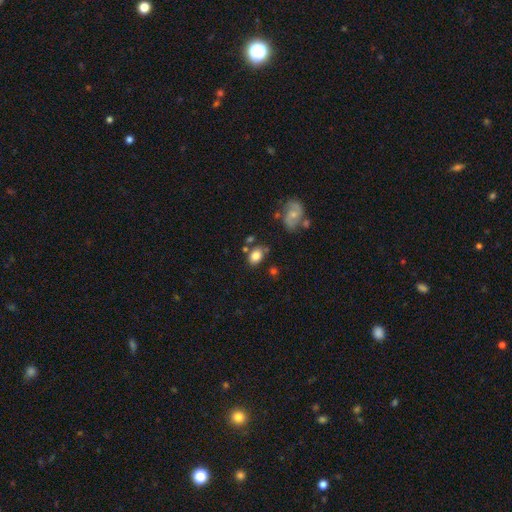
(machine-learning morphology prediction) Smooth or featured?
  - smooth: 80% *
  - featured or disk: 11%
  - star or artifact: 9%
How rounded?
  - in between: 78% *
  - round: 21%
  - cigar-shaped: 1%
Merging?
  - none: 69% *
  - minor disturbance: 17%
  - merger: 9%
  - major disturbance: 5%